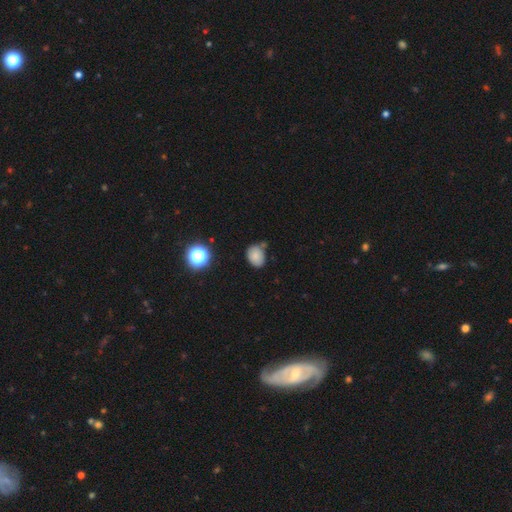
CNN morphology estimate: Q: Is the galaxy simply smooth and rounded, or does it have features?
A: smooth — 80%.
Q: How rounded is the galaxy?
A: in between — 67%.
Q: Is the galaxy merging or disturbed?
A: none — 65%.